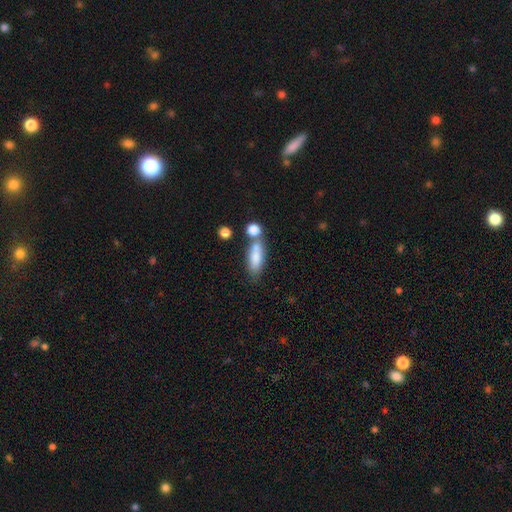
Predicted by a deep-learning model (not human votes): A smooth galaxy with no disk features (78%) that is in between round and cigar-shaped (68%). Merging: none (43%).